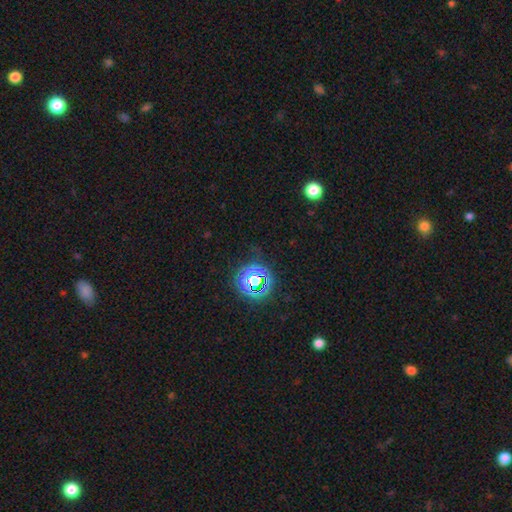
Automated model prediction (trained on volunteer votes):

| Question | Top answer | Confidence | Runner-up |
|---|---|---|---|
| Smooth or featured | star or artifact | 70% | smooth (22%) |